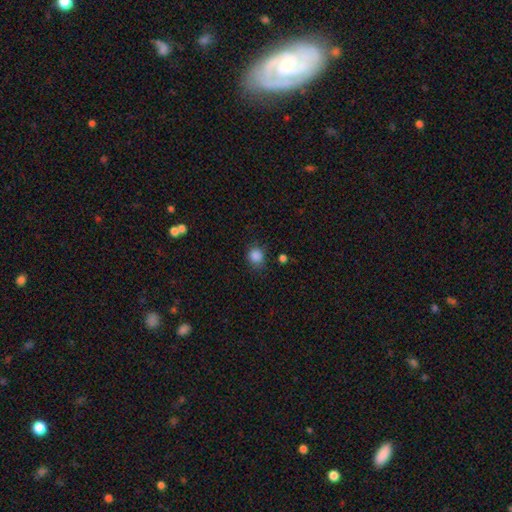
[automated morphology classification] Smooth or featured? Predicted: smooth (p=0.86). How rounded? Predicted: round (p=0.78). Merging? Predicted: none (p=0.77).